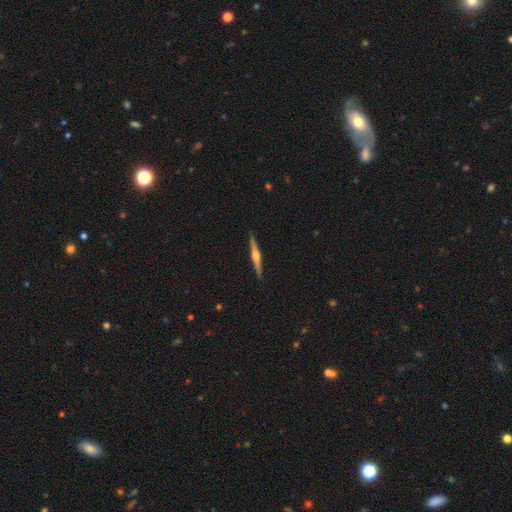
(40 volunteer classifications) Overall: featured or disk (65%; smooth 30%). Edge-on disk: yes (96%). Edge-on bulge: rounded (88%). Merging: none (95%).